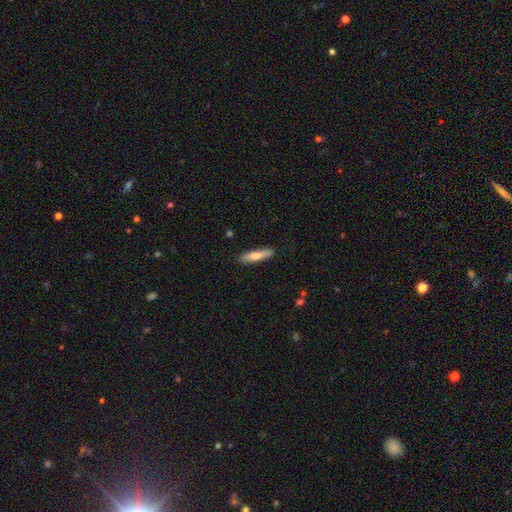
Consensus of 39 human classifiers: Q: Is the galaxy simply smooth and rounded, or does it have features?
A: smooth — 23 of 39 (59%).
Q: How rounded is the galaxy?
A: cigar-shaped — 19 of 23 (83%).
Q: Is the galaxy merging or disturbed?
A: none — 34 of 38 (89%).